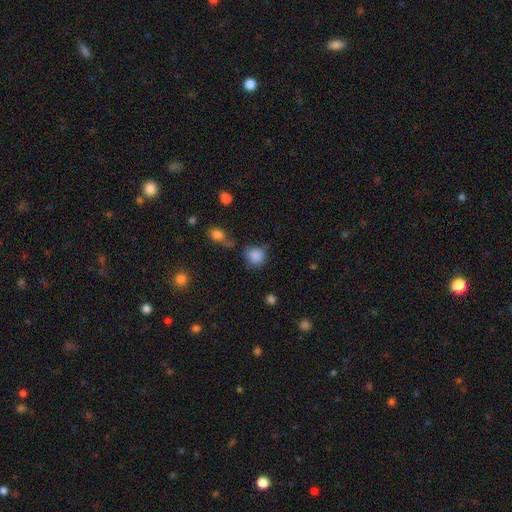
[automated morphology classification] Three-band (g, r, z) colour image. It shows a smooth galaxy with no disk features (85%) that is round (84%). Merging: none (61%).